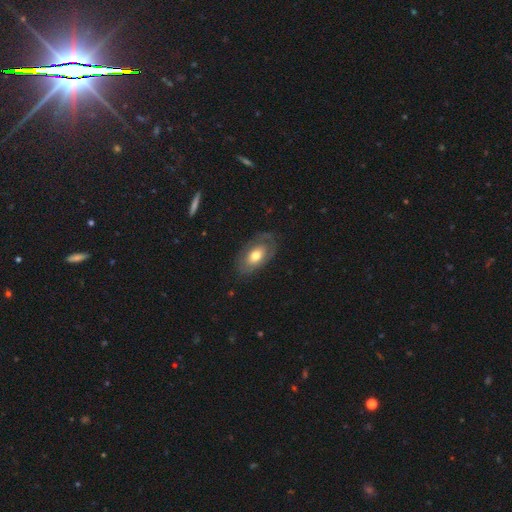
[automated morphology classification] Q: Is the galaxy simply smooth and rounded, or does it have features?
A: smooth — 54%.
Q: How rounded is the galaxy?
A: in between — 90%.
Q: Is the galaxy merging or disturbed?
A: none — 71%.